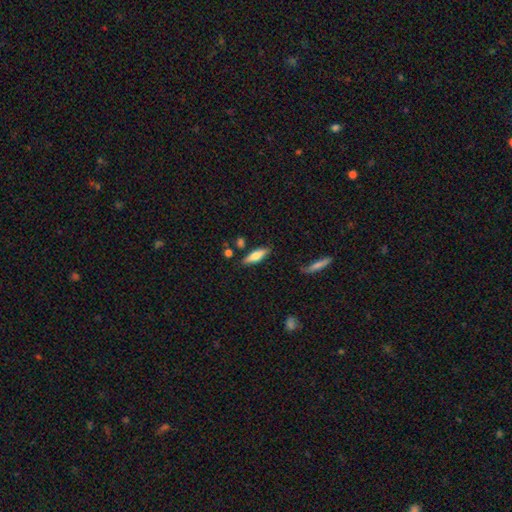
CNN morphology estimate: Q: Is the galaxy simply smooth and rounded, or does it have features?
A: smooth — 69%.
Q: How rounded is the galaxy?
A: cigar-shaped — 54%.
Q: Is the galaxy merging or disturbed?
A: none — 80%.